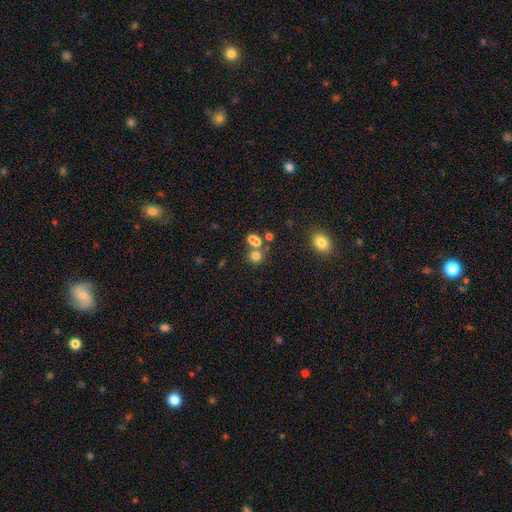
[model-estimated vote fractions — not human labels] Overall: smooth (73%). How rounded: round (78%). Merging: none (48%; merger 40%).